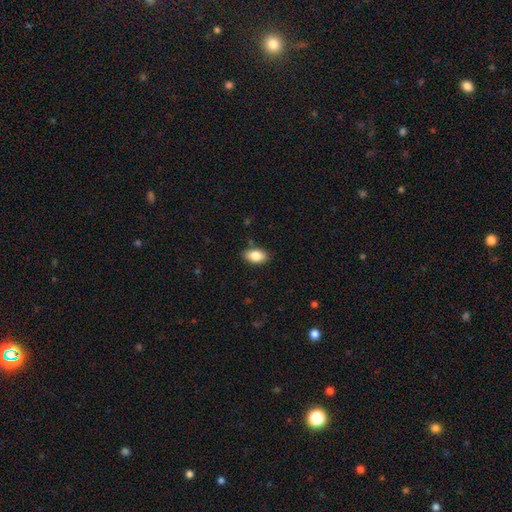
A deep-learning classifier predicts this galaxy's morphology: This is clearly a smooth galaxy (85%). How rounded: clearly in between (92%). Merging: clearly none (86%).